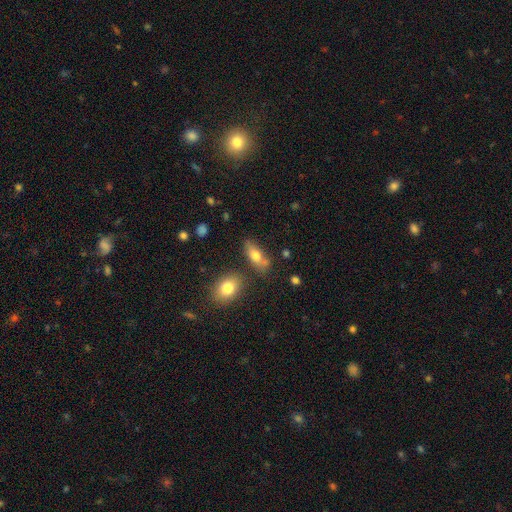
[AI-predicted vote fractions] A smooth galaxy with no disk features (69%) that is in between round and cigar-shaped (75%). Merging: none (64%).